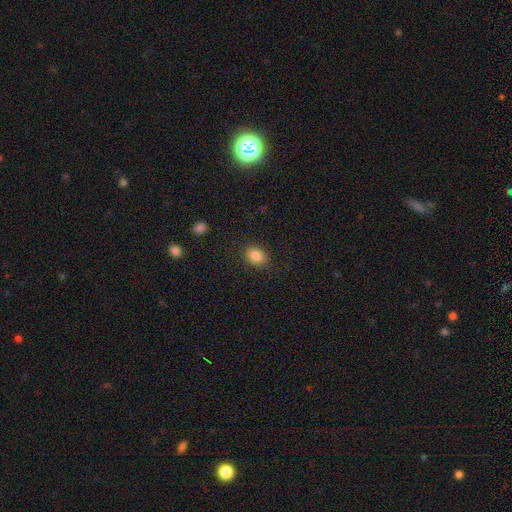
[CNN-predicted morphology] This is clearly a smooth galaxy (85%). How rounded: likely in between (68%). Merging: clearly none (85%).